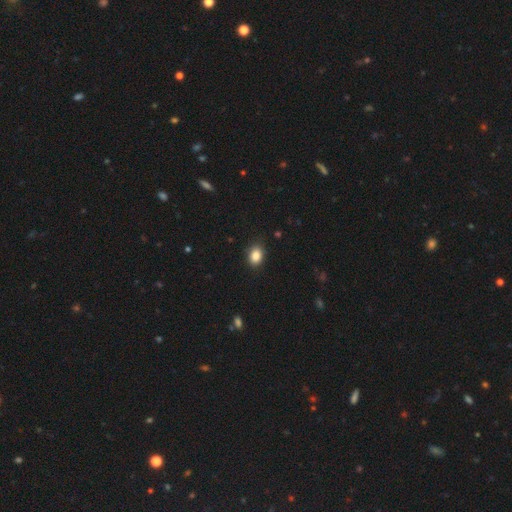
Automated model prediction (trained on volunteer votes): Smooth or featured? smooth (87%)
How rounded? in between (70%)
Merging? none (84%)